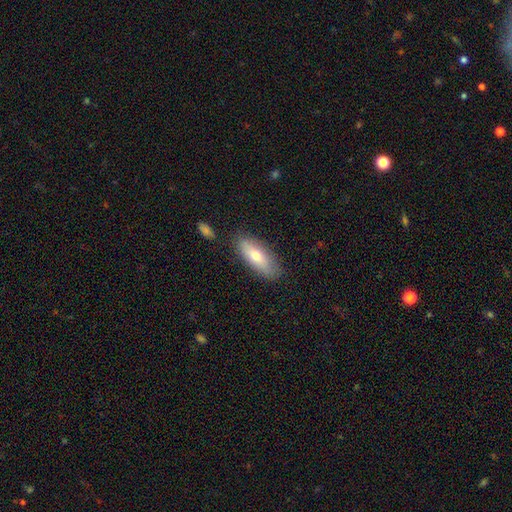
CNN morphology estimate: This is likely a smooth galaxy (70%). How rounded: likely in between (69%). Merging: clearly none (80%).